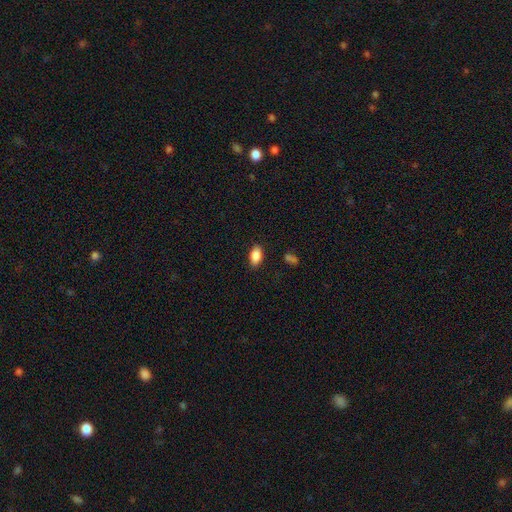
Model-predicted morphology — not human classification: The model was most divided on "merging": none: 86%, minor disturbance: 11%, major disturbance: 2%, merger: 1%. More confident: how rounded — in between (91%); smooth or featured — smooth (87%).